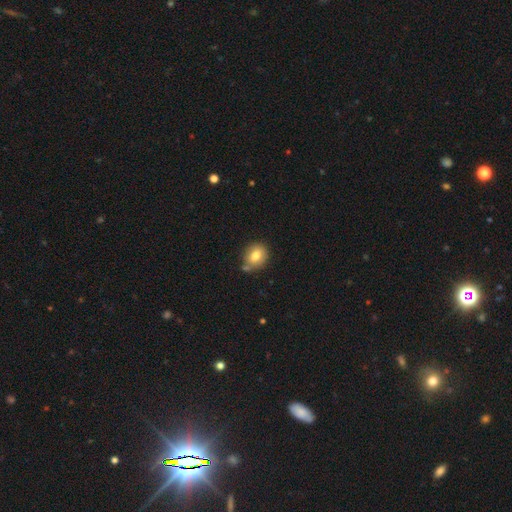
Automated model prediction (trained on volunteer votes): Smooth or featured? smooth (80%)
How rounded? round (64%)
Merging? none (68%)